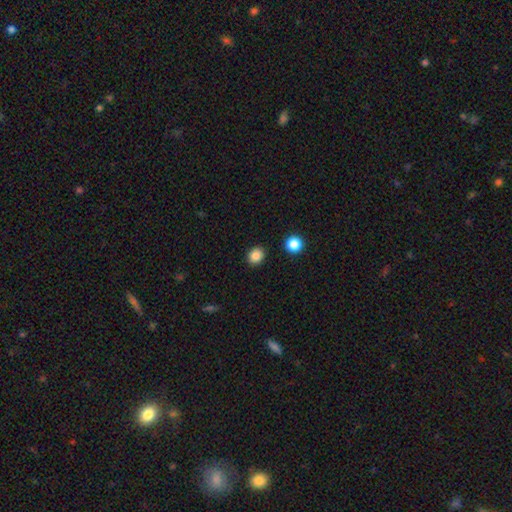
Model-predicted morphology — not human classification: type=smooth (85%); roundness=round (72%); merging=none (90%).